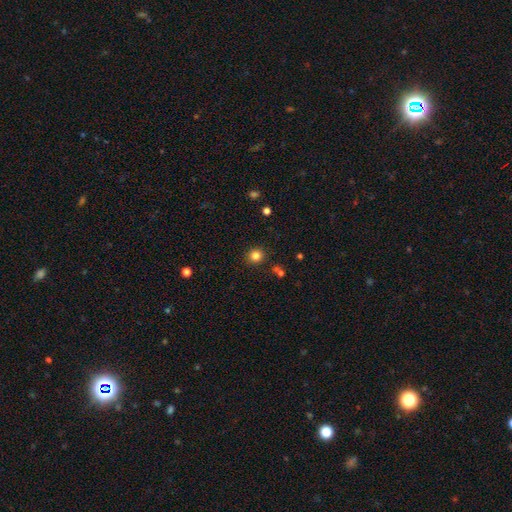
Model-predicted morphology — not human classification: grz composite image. It shows a smooth galaxy with no disk features (82%) that is round (88%). Merging: none (88%).